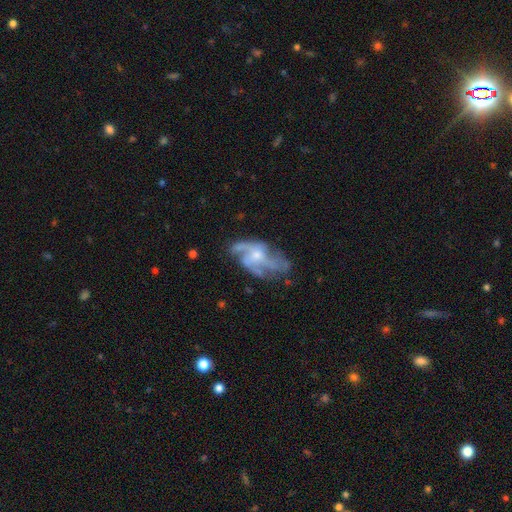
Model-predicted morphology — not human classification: A featured or disk galaxy (81%) with no bar (68%), 3 (41%) medium (47%) spiral arms (89%) and a small central bulge (48%).

Vote fractions:
- Smooth or featured? featured or disk: 81% / smooth: 12% / star or artifact: 7%
- Edge-on disk? no: 96% / yes: 4%
- Bar? no: 68% / weak: 26% / strong: 5%
- Spiral arms? yes: 89% / no: 11%
- Spiral winding? medium: 47% / loose: 34% / tight: 20%
- Spiral arm count? 3: 41% / 4: 21% / can't tell: 15% / 2: 14% / 1: 4% / more than 4: 4%
- Bulge size? small: 48% / moderate: 43% / none: 5% / large: 3% / dominant: 1%
- Merging? none: 55% / minor disturbance: 22% / major disturbance: 20% / merger: 3%